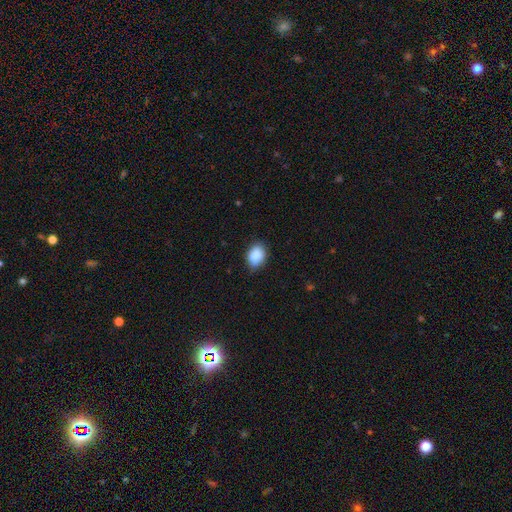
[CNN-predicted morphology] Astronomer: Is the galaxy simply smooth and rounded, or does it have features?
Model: smooth — 87%.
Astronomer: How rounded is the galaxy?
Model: in between — 72%.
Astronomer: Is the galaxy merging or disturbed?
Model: none — 78%.